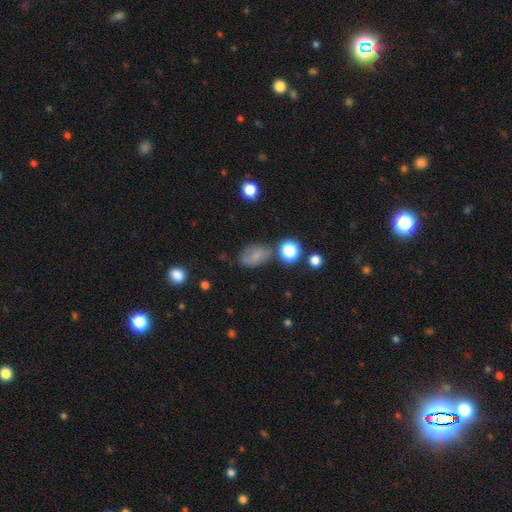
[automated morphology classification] Smooth or featured? Predicted: smooth (p=0.68). How rounded? Predicted: in between (p=0.80). Merging? Predicted: none (p=0.61).